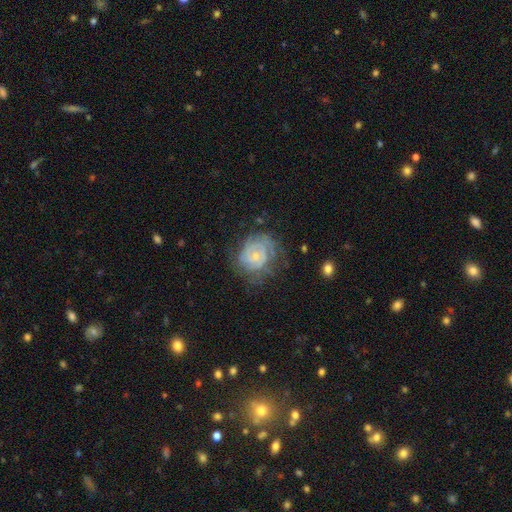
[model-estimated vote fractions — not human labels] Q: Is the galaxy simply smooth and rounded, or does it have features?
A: featured or disk — 74%.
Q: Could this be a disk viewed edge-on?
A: no — 98%.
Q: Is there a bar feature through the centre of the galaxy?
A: no — 74%.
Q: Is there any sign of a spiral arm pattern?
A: yes — 87%.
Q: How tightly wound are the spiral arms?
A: tight — 71%.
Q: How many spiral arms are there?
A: can't tell — 46%.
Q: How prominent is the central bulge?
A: small — 72%.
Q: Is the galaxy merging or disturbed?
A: none — 59%.